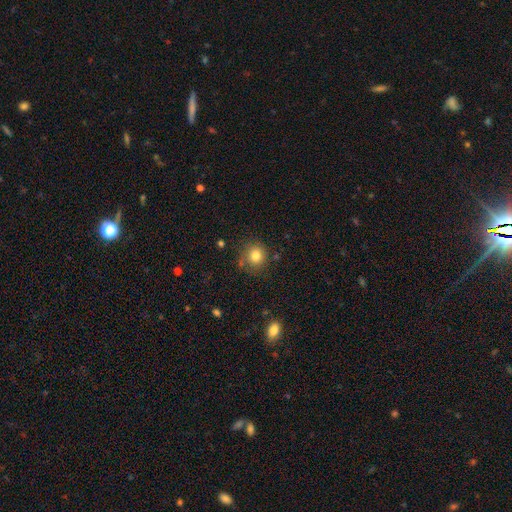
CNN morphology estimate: type=smooth (81%); roundness=round (89%); merging=none (80%).